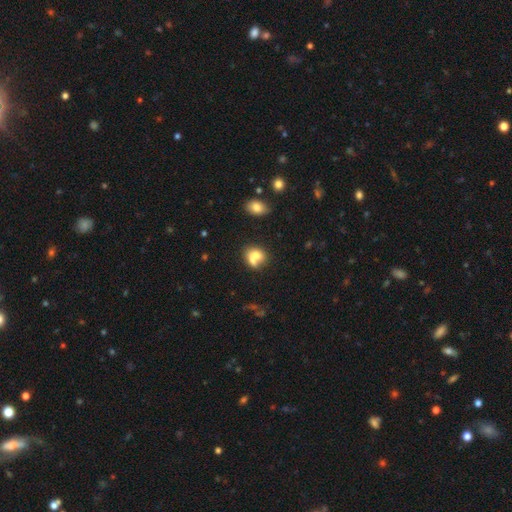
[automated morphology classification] Smooth or featured: smooth — 71% (featured or disk — 19%)
How rounded: round — 55% (in between — 43%)
Merging: merger — 54% (none — 29%)